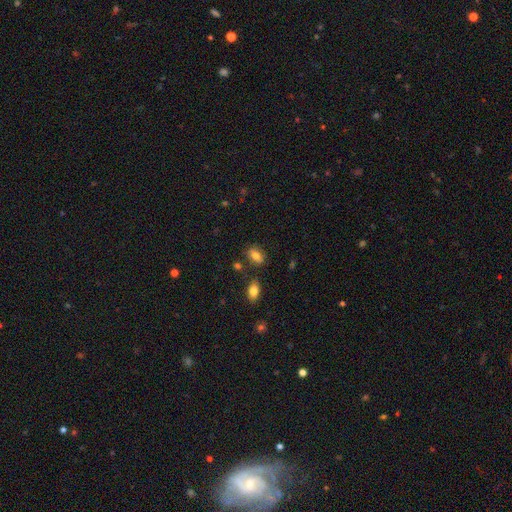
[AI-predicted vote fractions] Q: Smooth or featured?
A: smooth (78%); runner-up: featured or disk (13%)
Q: How rounded?
A: in between (86%); runner-up: round (11%)
Q: Merging?
A: none (77%); runner-up: minor disturbance (14%)